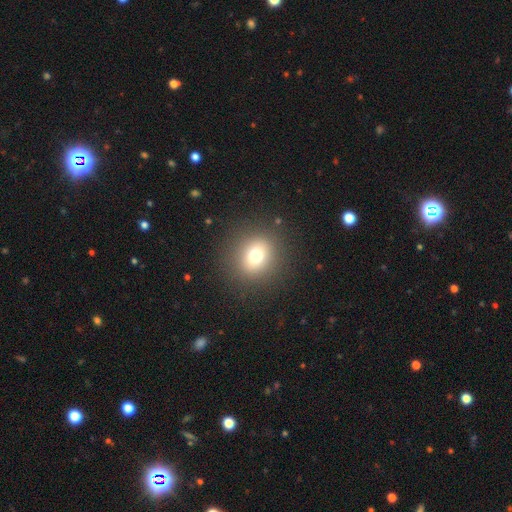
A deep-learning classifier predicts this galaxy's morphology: Q: Smooth or featured?
A: smooth (73%); runner-up: star or artifact (15%)
Q: How rounded?
A: round (82%); runner-up: in between (17%)
Q: Merging?
A: none (88%); runner-up: minor disturbance (7%)